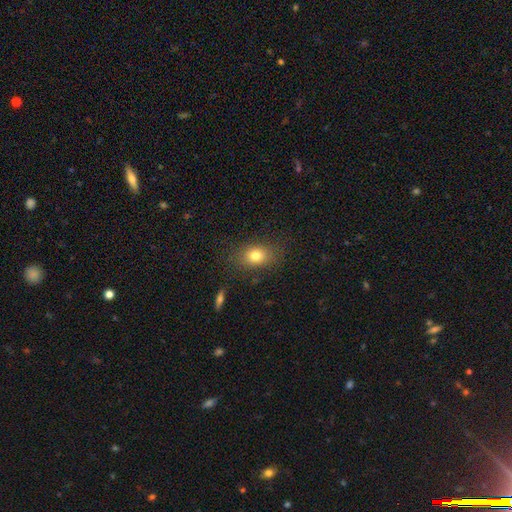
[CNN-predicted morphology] smooth-or-featured: smooth: 78% | star or artifact: 11% | featured or disk: 10%
  how-rounded: in between: 60% | round: 38% | cigar-shaped: 2%
  merging: none: 81% | minor disturbance: 13% | major disturbance: 5% | merger: 2%